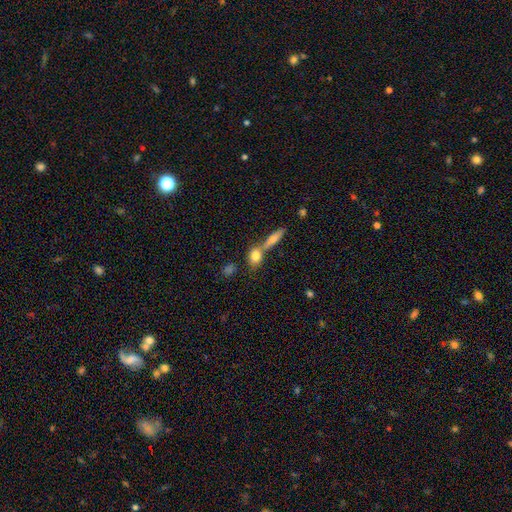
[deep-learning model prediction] smooth 78%, featured or disk 14%, star or artifact 8%. Down the decision tree: how rounded — in between (56%); merging — merger (44%).